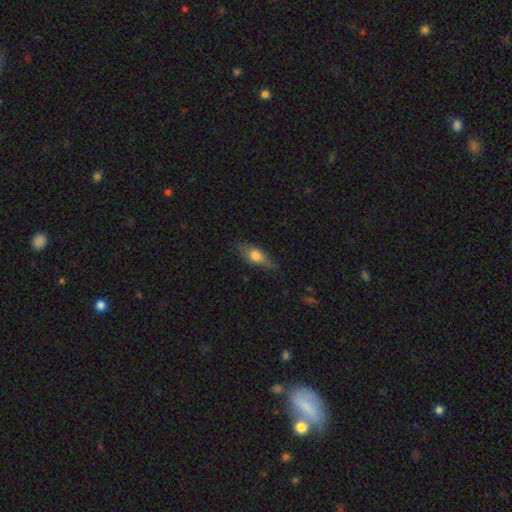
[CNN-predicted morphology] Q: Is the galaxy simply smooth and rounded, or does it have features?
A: smooth — 63%.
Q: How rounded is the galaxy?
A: in between — 64%.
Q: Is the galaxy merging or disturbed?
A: none — 74%.